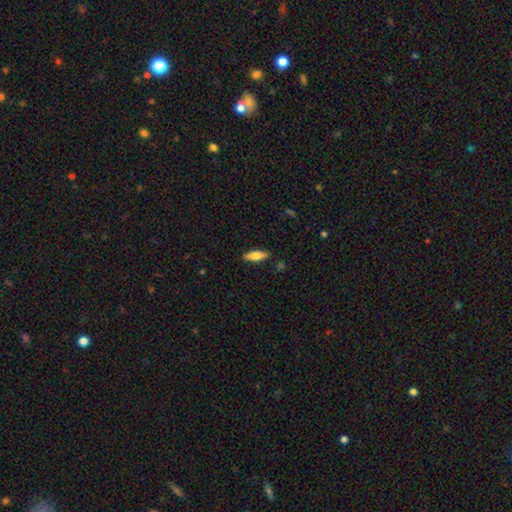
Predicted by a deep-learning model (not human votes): smooth-or-featured: smooth: 65% | featured or disk: 29% | star or artifact: 6%
  how-rounded: cigar-shaped: 52% | in between: 46% | round: 2%
  merging: none: 87% | minor disturbance: 10% | major disturbance: 2% | merger: 1%